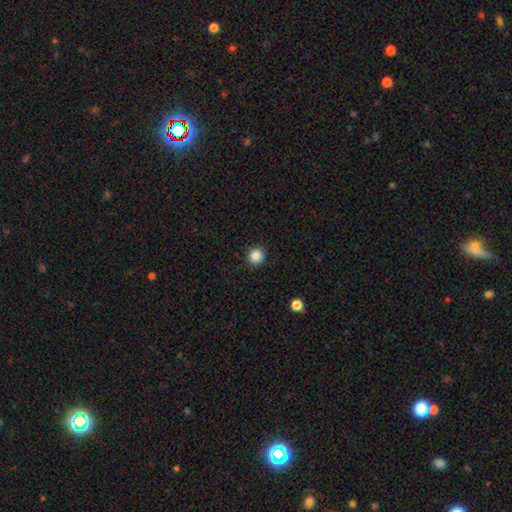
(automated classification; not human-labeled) Q: Smooth or featured?
A: smooth (86%); runner-up: star or artifact (10%)
Q: How rounded?
A: round (93%); runner-up: in between (6%)
Q: Merging?
A: none (92%); runner-up: minor disturbance (5%)